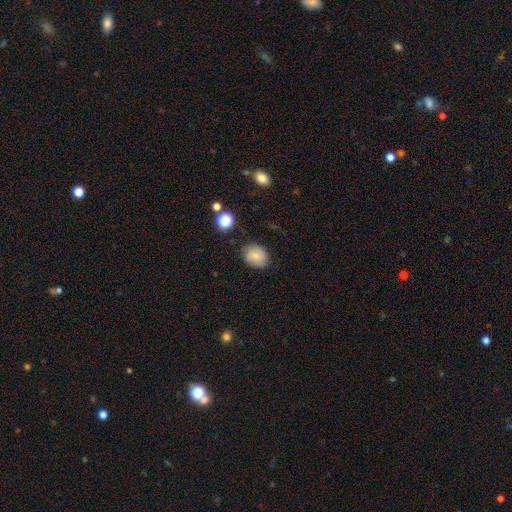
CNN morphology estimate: Smooth or featured?
  - smooth: 76% *
  - featured or disk: 14%
  - star or artifact: 10%
How rounded?
  - round: 59% *
  - in between: 40%
  - cigar-shaped: 1%
Merging?
  - none: 80% *
  - minor disturbance: 15%
  - major disturbance: 4%
  - merger: 2%